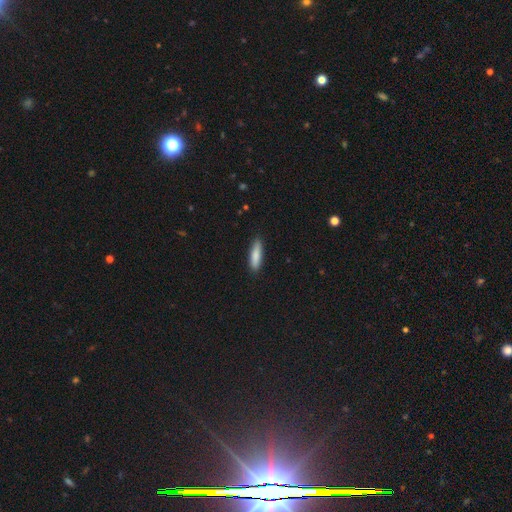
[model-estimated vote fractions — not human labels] Smooth or featured? Predicted: smooth (p=0.85). How rounded? Predicted: cigar-shaped (p=0.67). Merging? Predicted: none (p=0.87).